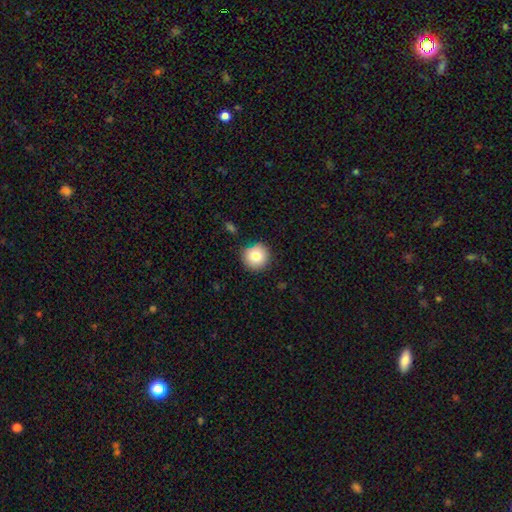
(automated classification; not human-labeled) Smooth or featured? smooth (80%)
How rounded? round (94%)
Merging? none (87%)